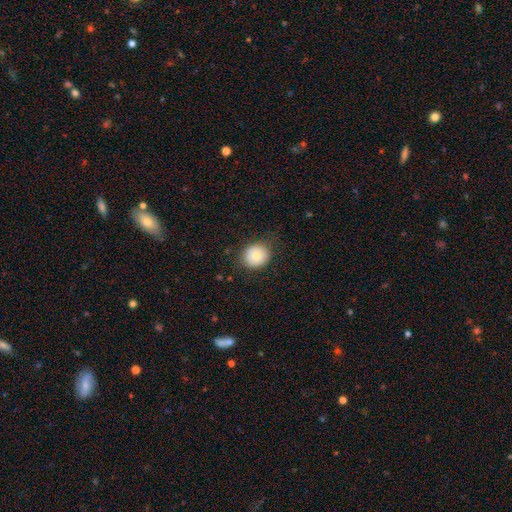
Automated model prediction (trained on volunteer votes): Smooth or featured? Predicted: smooth (p=0.77). How rounded? Predicted: round (p=0.83). Merging? Predicted: none (p=0.80).